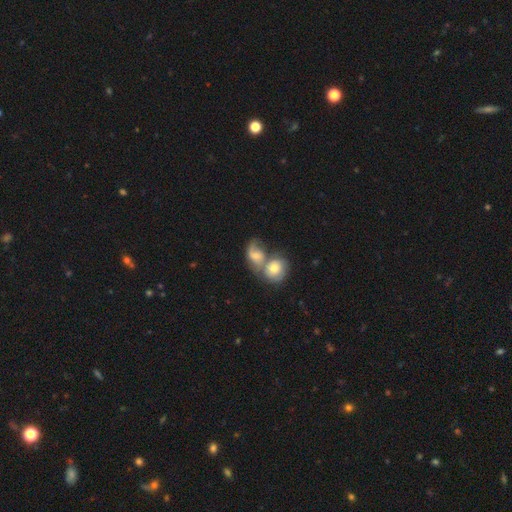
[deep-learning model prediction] This appears to be a smooth galaxy with no disk features (46%). Merging: merger (66%).